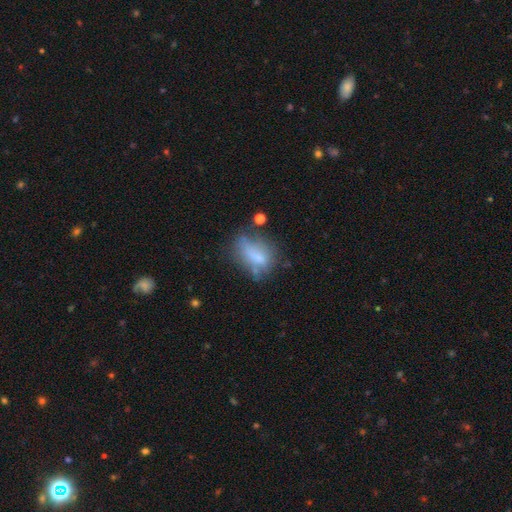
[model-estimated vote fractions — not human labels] smooth-or-featured: smooth: 64% | featured or disk: 25% | star or artifact: 12%
  how-rounded: in between: 79% | round: 14% | cigar-shaped: 7%
  merging: none: 37% | minor disturbance: 29% | major disturbance: 24% | merger: 11%